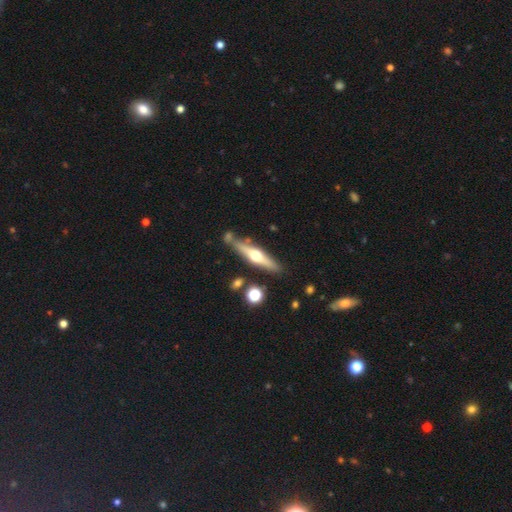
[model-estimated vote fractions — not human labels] Morphology: type=featured or disk (64%); edge-on=yes (95%); edge-on bulge=rounded (94%); merging=none (76%).